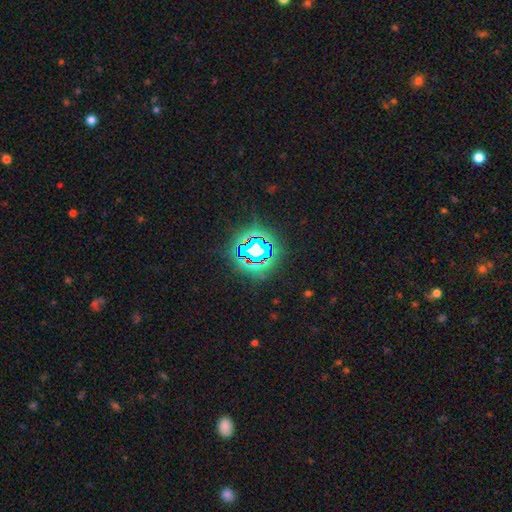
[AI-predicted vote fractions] star or artifact 76%, smooth 14%, featured or disk 10%.